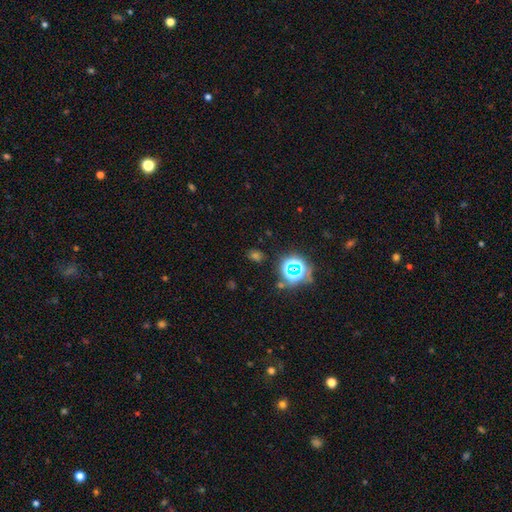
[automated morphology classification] The model was most divided on "smooth or featured": star or artifact: 53%, smooth: 40%, featured or disk: 7%.